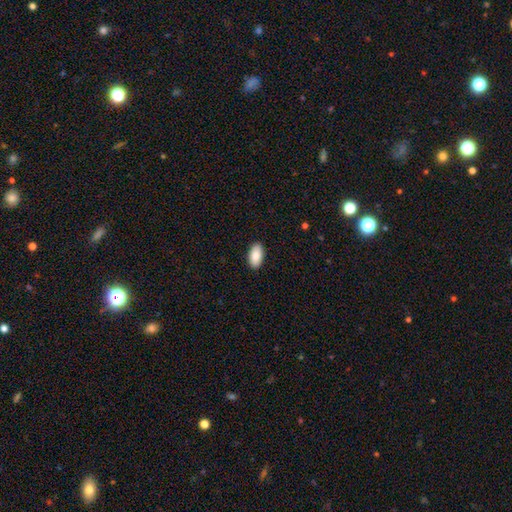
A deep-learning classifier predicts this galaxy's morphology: Overall: smooth (87%). How rounded: in between (95%). Merging: none (90%).